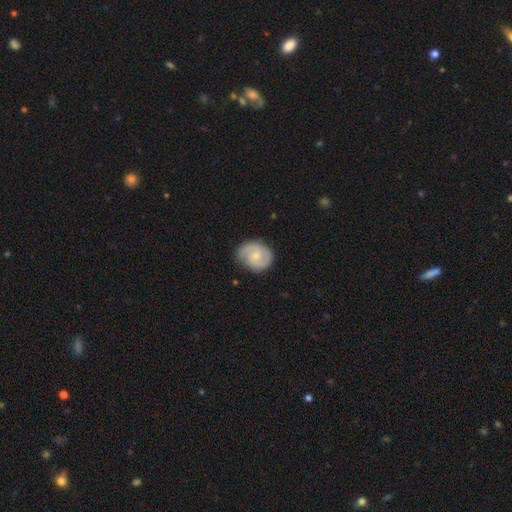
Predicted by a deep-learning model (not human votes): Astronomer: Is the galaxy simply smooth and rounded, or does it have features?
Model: featured or disk — 64%.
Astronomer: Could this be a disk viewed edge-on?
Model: no — 98%.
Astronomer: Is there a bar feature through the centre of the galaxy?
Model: no — 67%.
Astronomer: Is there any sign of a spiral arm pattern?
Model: yes — 91%.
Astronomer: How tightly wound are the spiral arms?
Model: tight — 43%, tied with medium at 43%.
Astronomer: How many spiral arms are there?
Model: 2 — 76%.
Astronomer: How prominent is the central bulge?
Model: small — 59% (runner-up: moderate, 35%).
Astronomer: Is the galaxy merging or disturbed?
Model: none — 75%.